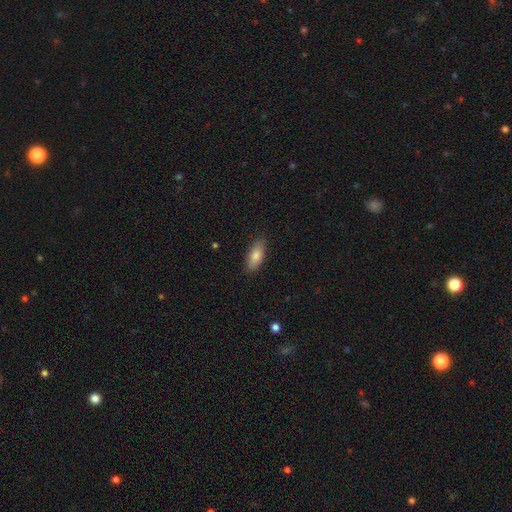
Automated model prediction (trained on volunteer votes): Morphology: type=smooth (79%); roundness=in between (75%); merging=none (86%).